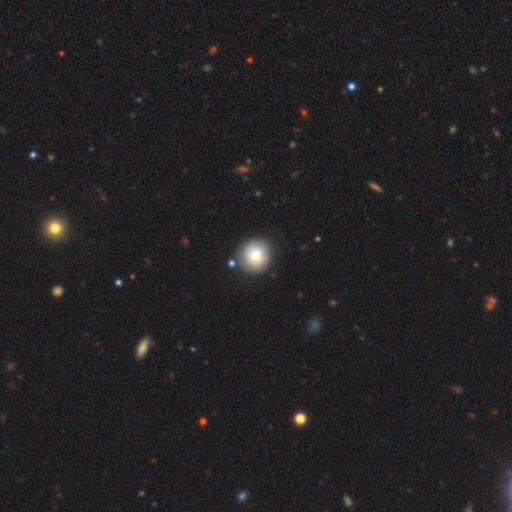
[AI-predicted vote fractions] This is likely a smooth galaxy (77%). How rounded: clearly round (93%). Merging: clearly none (85%).